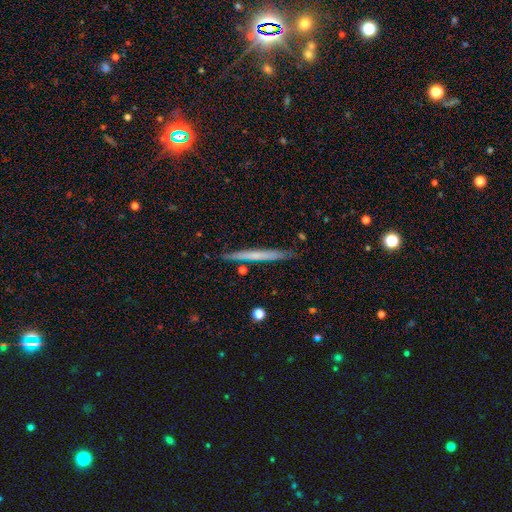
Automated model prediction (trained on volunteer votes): A smooth galaxy with no disk features (49%).

Vote fractions:
- Smooth or featured? smooth: 49% / featured or disk: 44% / star or artifact: 6%
- Merging? none: 87% / minor disturbance: 9% / merger: 2% / major disturbance: 2%